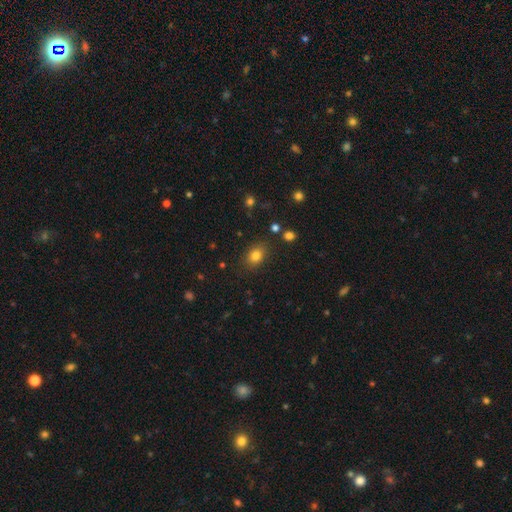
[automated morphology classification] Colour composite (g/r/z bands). It shows a smooth galaxy with no disk features (81%) that is in between round and cigar-shaped (67%). Merging: none (83%).